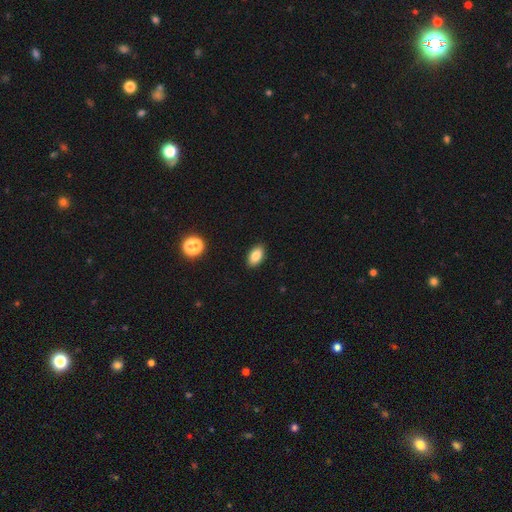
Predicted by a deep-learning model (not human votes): Smooth or featured? smooth (84%)
How rounded? in between (91%)
Merging? none (89%)